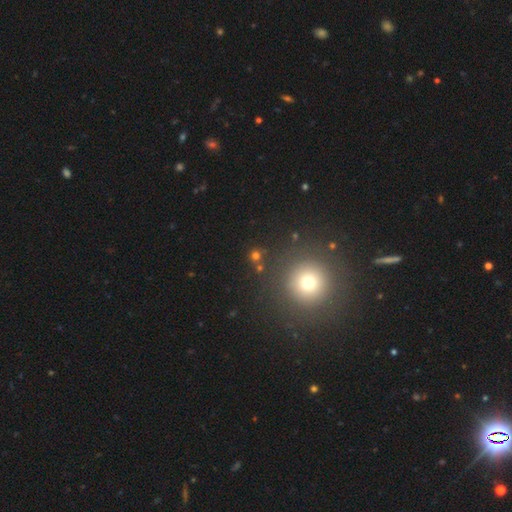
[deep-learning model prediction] Smooth or featured: smooth — 64% (star or artifact — 28%)
How rounded: round — 90% (in between — 9%)
Merging: none — 79% (merger — 9%)